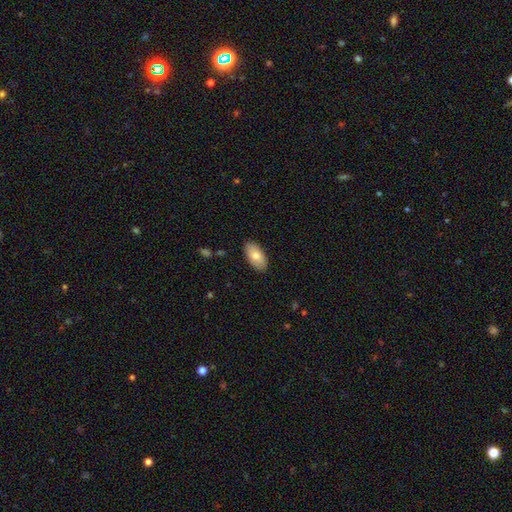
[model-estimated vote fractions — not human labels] Overall: smooth (77%). How rounded: in between (94%). Merging: none (88%).